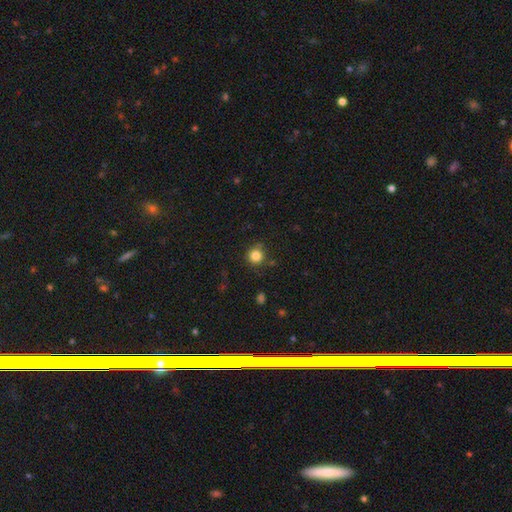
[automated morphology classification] A smooth galaxy with no disk features (83%) that is round (91%).

Vote fractions:
- Smooth or featured? smooth: 83% / star or artifact: 12% / featured or disk: 5%
- How rounded? round: 91% / in between: 8% / cigar-shaped: 1%
- Merging? none: 81% / minor disturbance: 12% / major disturbance: 3% / merger: 3%